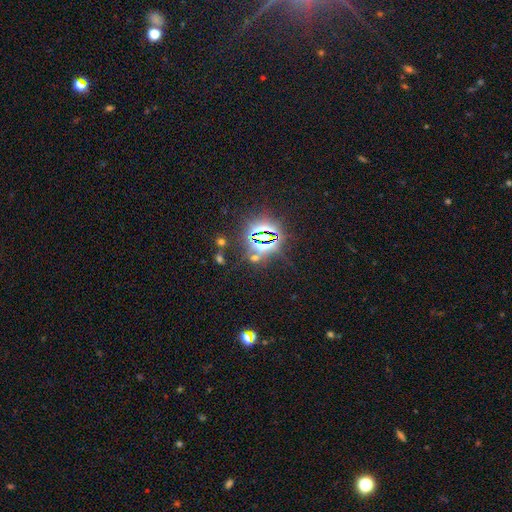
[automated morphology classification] smooth-or-featured: star or artifact: 82% | smooth: 11% | featured or disk: 8%